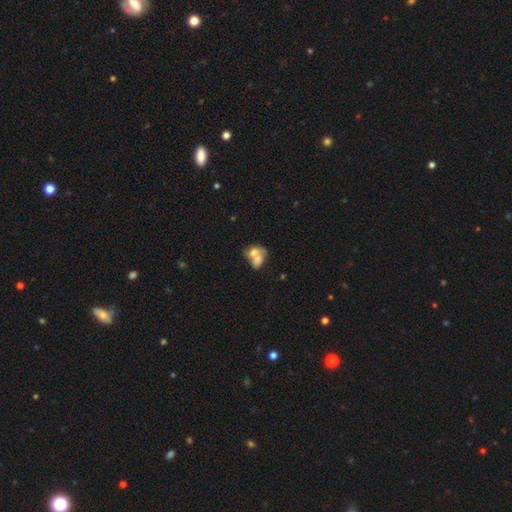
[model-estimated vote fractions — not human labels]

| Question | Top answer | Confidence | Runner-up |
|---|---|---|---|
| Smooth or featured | smooth | 66% | featured or disk (25%) |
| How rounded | in between | 68% | round (31%) |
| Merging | merger | 71% | none (16%) |